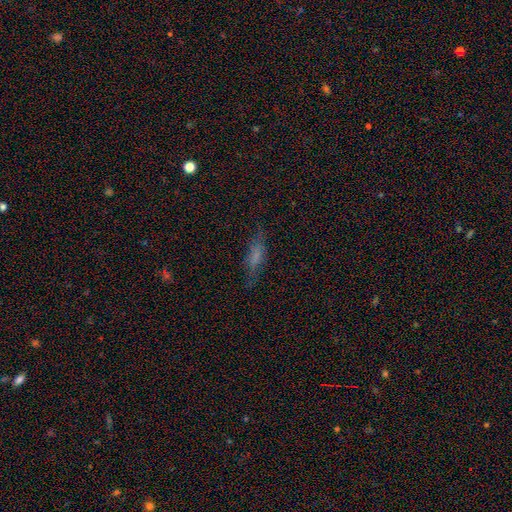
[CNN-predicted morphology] Overall: smooth (55%; featured or disk 28%). How rounded: cigar-shaped (56%; in between 41%). Merging: none (71%).